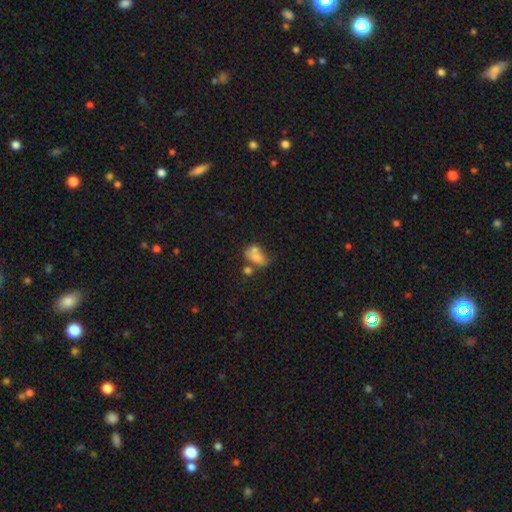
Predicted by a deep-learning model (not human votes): Smooth or featured? Predicted: smooth (p=0.65). How rounded? Predicted: in between (p=0.79). Merging? Predicted: merger (p=0.47).